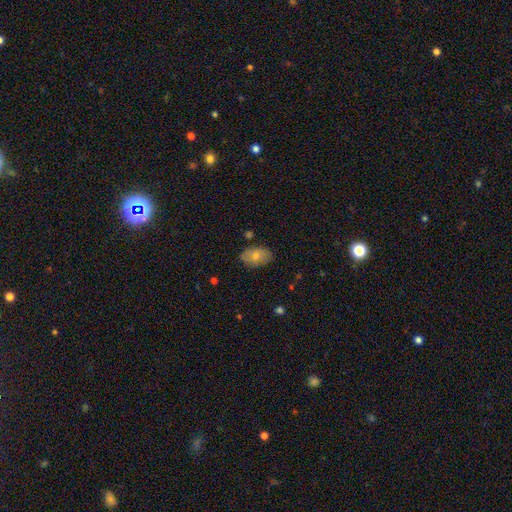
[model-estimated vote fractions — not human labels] Smooth or featured? Predicted: smooth (p=0.65). How rounded? Predicted: in between (p=0.88). Merging? Predicted: none (p=0.81).